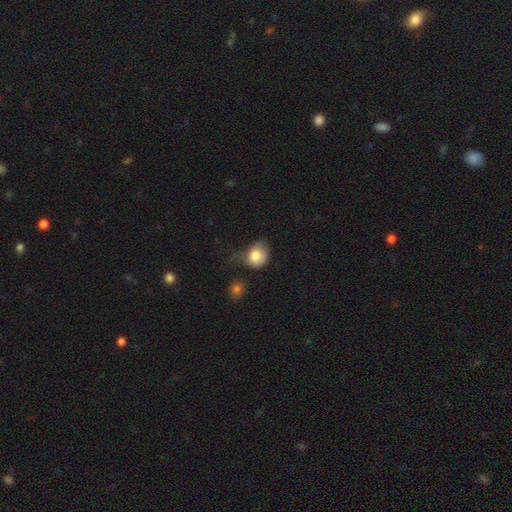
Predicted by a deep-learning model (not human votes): Morphology: type=smooth (81%); roundness=round (68%); merging=minor disturbance (36%).